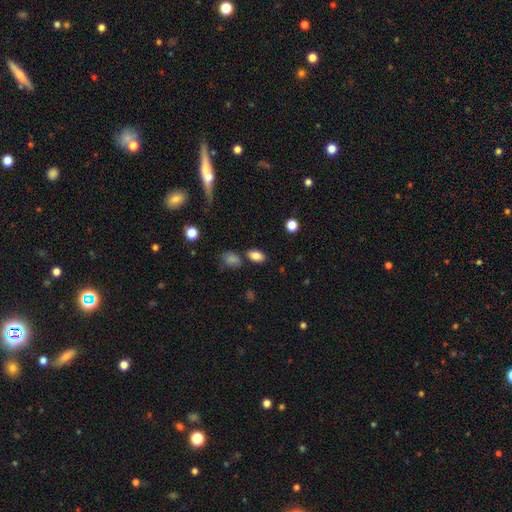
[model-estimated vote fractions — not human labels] Smooth or featured: smooth — 84% (star or artifact — 10%)
How rounded: in between — 89% (round — 9%)
Merging: none — 77% (minor disturbance — 11%)